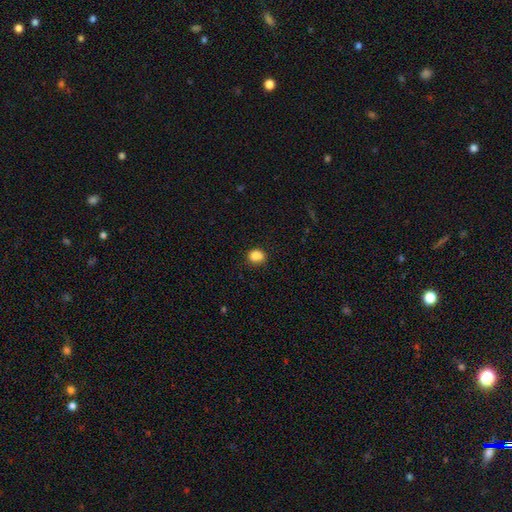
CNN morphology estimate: A smooth galaxy with no disk features (86%) that is round (57%). Merging: none (80%).